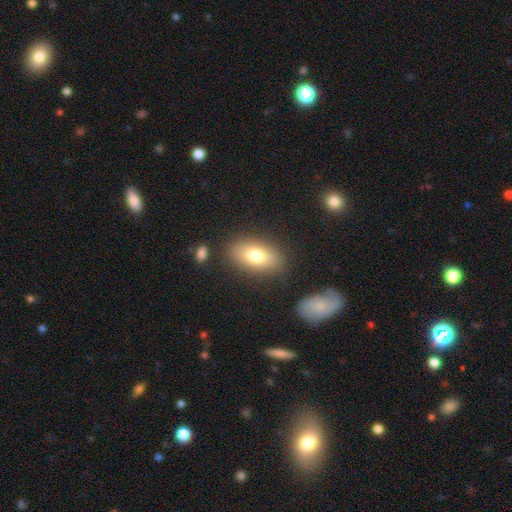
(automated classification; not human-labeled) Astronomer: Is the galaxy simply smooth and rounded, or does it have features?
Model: smooth — 77%.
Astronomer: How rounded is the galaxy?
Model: in between — 89%.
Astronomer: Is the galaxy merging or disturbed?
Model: none — 83%.